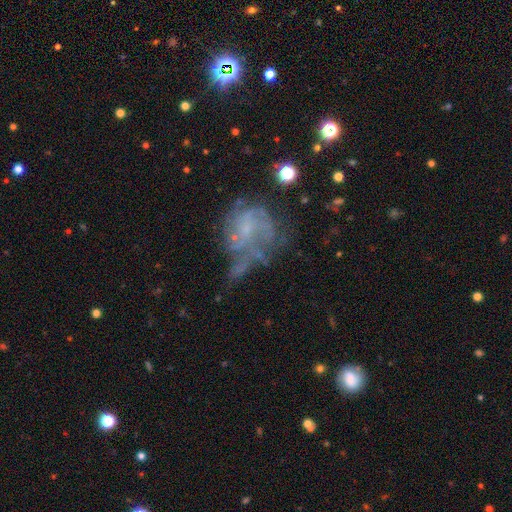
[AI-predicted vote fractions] Smooth or featured? Predicted: featured or disk (p=0.47). Merging? Predicted: none (p=0.35).